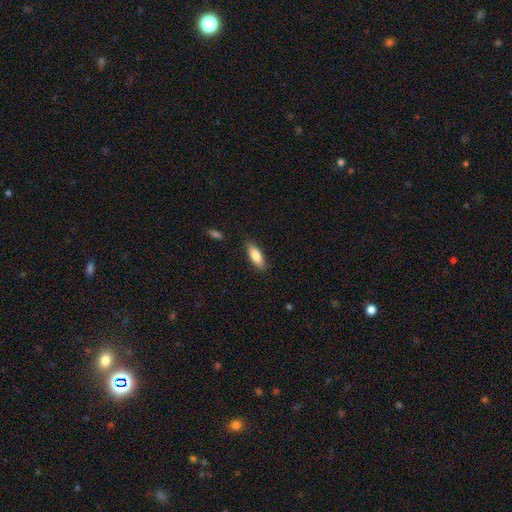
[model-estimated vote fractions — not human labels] The model was most divided on "how rounded": in between: 67%, cigar-shaped: 31%, round: 2%. More confident: merging — none (84%); smooth or featured — smooth (80%).